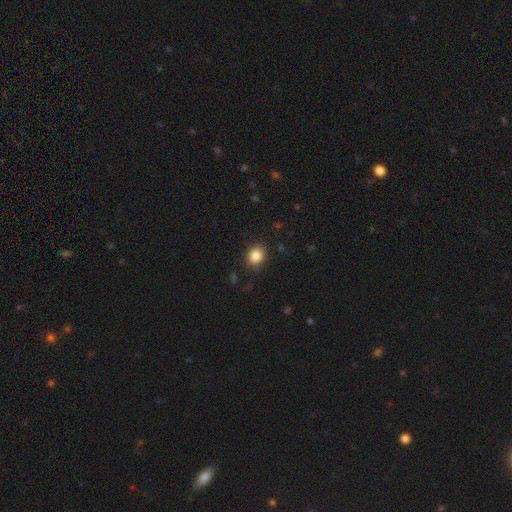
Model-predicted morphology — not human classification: smooth 85%, star or artifact 10%, featured or disk 5%. Down the decision tree: how rounded — round (59%); merging — none (86%).